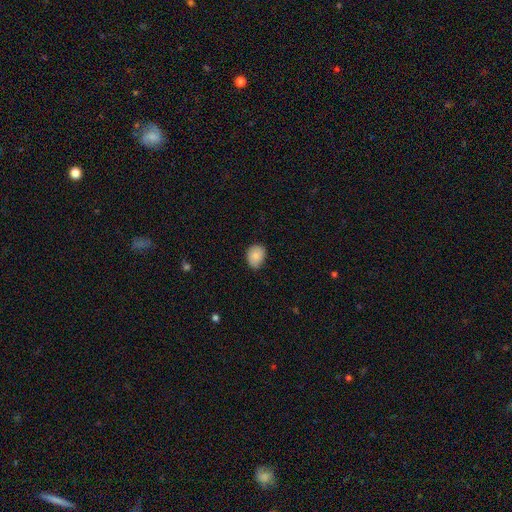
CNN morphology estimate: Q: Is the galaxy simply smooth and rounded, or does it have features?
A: smooth — 85%.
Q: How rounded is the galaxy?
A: in between — 53%.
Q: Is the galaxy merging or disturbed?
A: none — 73%.